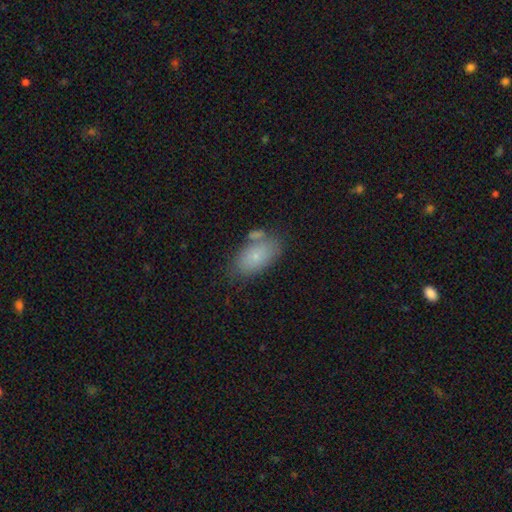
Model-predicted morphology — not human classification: Smooth or featured? smooth (77%)
How rounded? in between (92%)
Merging? none (64%)